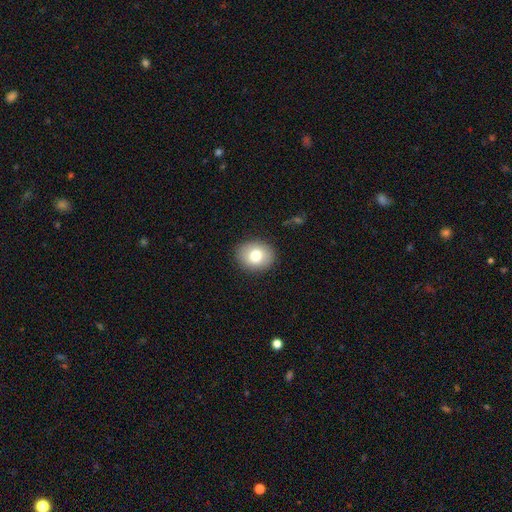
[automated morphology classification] smooth-or-featured: smooth: 78% | featured or disk: 13% | star or artifact: 9%
  how-rounded: round: 56% | in between: 43% | cigar-shaped: 1%
  merging: none: 89% | minor disturbance: 8% | major disturbance: 2% | merger: 1%